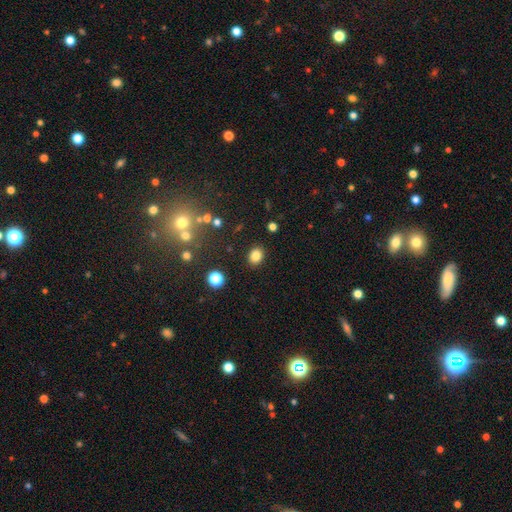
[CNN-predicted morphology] smooth_or_featured: smooth (p=0.83) [alt: star or artifact p=0.12]
how_rounded: round (p=0.54) [alt: in between p=0.45]
merging: none (p=0.89) [alt: minor disturbance p=0.07]